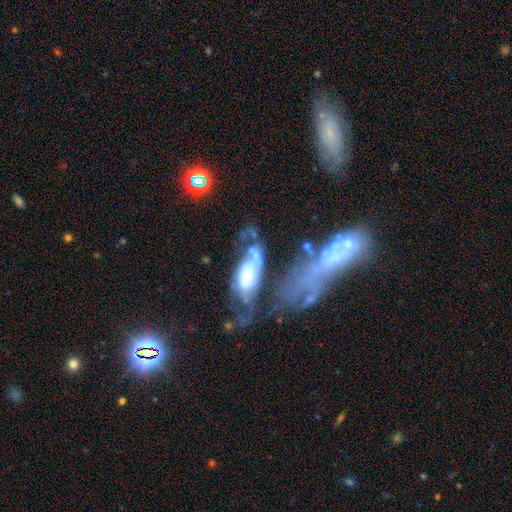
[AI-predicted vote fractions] featured or disk 54%, smooth 37%, star or artifact 9%. Down the decision tree: edge-on disk — no (87%); merging — major disturbance (30%).